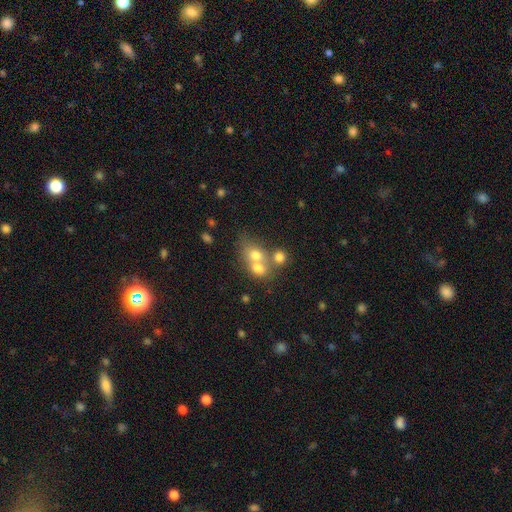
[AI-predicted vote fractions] Smooth or featured?
  - smooth: 67% *
  - featured or disk: 20%
  - star or artifact: 13%
How rounded?
  - in between: 51% *
  - round: 47%
  - cigar-shaped: 2%
Merging?
  - merger: 59% *
  - none: 28%
  - minor disturbance: 8%
  - major disturbance: 5%